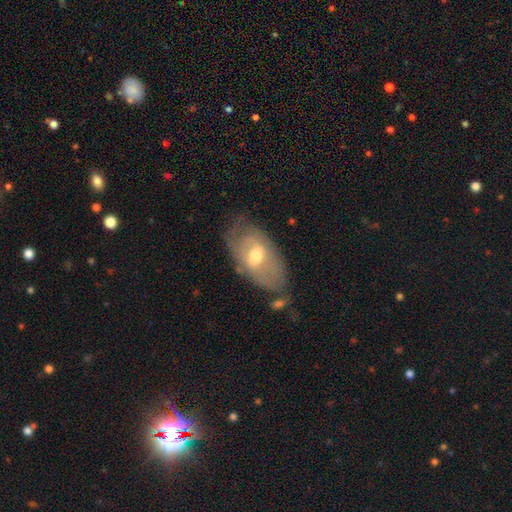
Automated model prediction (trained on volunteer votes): Smooth or featured: featured or disk — 57% (smooth — 37%)
Edge-on disk: no — 88% (yes — 12%)
Bar: weak — 47% (no — 33%)
Spiral arms: no — 58% (yes — 42%)
Bulge size: moderate — 69% (small — 22%)
Merging: none — 62% (minor disturbance — 23%)